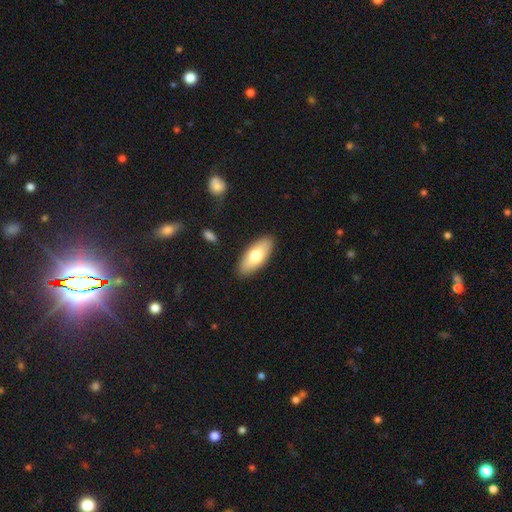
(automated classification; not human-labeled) smooth-or-featured: smooth: 72% | featured or disk: 22% | star or artifact: 6%
  how-rounded: in between: 82% | cigar-shaped: 16% | round: 2%
  merging: none: 88% | minor disturbance: 8% | major disturbance: 2% | merger: 1%